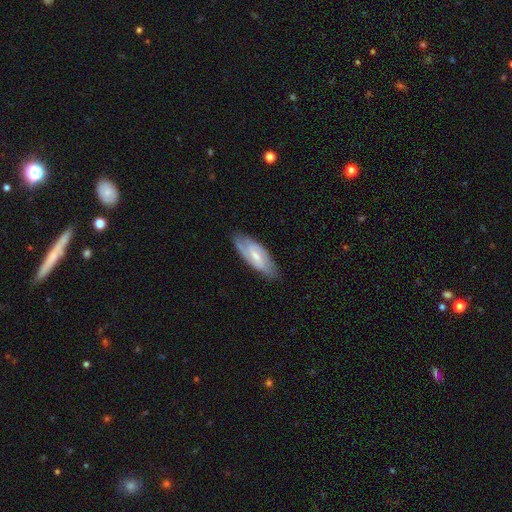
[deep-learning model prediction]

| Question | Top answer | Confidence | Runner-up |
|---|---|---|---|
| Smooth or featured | featured or disk | 68% | smooth (27%) |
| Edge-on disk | no | 88% | yes (12%) |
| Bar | weak | 55% | strong (24%) |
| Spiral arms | yes | 88% | no (12%) |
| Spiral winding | medium | 45% | tight (35%) |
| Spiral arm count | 2 | 73% | can't tell (17%) |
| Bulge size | small | 49% | moderate (42%) |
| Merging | none | 79% | minor disturbance (16%) |